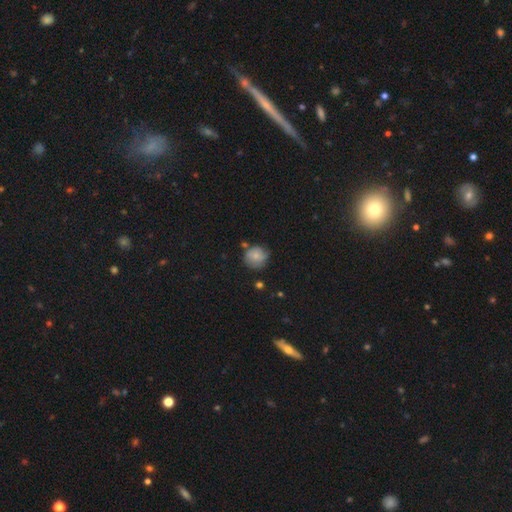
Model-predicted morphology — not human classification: Smooth or featured?
  - smooth: 64% *
  - featured or disk: 28%
  - star or artifact: 8%
How rounded?
  - round: 86% *
  - in between: 13%
  - cigar-shaped: 1%
Merging?
  - none: 64% *
  - minor disturbance: 24%
  - major disturbance: 6%
  - merger: 6%